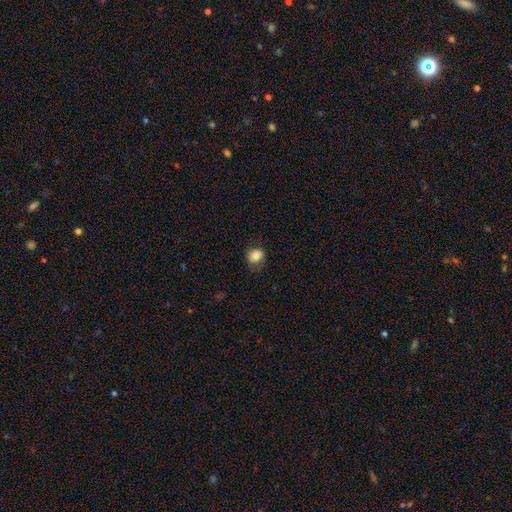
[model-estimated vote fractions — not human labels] smooth-or-featured: smooth: 80% | featured or disk: 10% | star or artifact: 9%
  how-rounded: round: 63% | in between: 36% | cigar-shaped: 1%
  merging: none: 65% | minor disturbance: 24% | major disturbance: 10% | merger: 1%